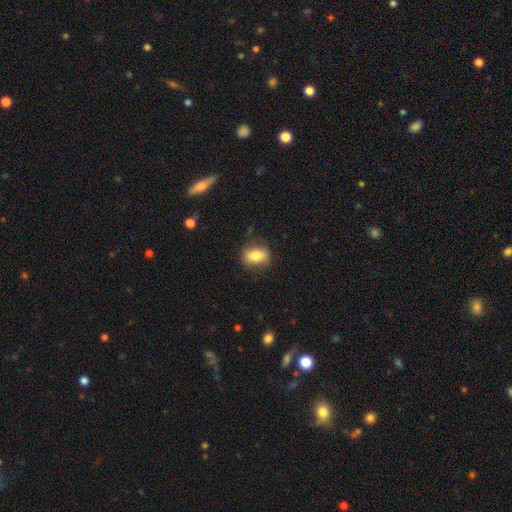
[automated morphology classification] Smooth or featured? smooth (79%)
How rounded? in between (78%)
Merging? none (78%)